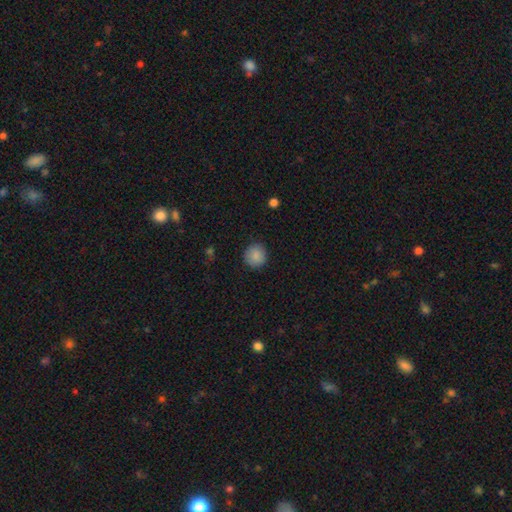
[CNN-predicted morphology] The model was most divided on "smooth or featured": smooth: 87%, star or artifact: 8%, featured or disk: 5%. More confident: how rounded — round (93%); merging — none (89%).